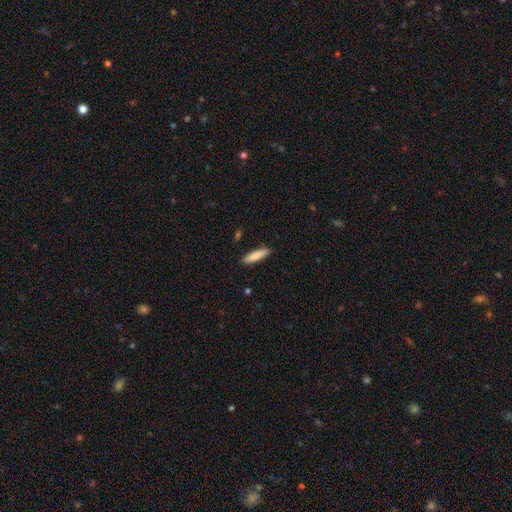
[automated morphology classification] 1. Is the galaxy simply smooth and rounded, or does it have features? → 85% smooth, 9% featured or disk, 6% star or artifact.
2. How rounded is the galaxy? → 80% cigar-shaped, 19% in between, 1% round.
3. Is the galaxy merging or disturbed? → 90% none, 7% minor disturbance, 2% major disturbance, 1% merger.